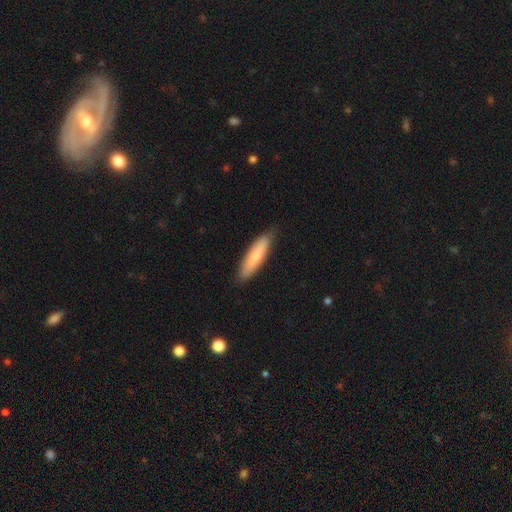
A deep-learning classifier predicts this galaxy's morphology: smooth 72%, featured or disk 23%, star or artifact 5%. Down the decision tree: how rounded — cigar-shaped (69%); merging — none (84%).